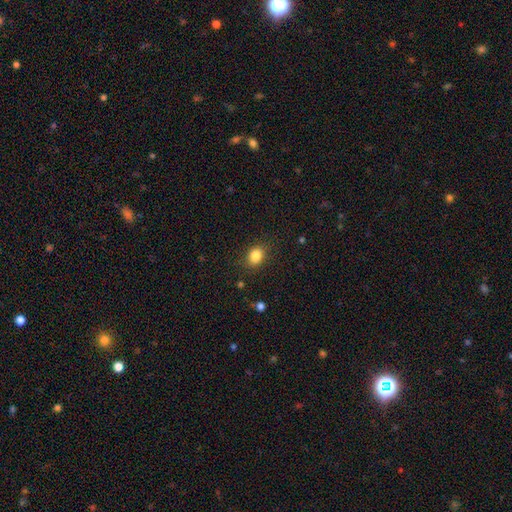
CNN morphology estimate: smooth-or-featured: smooth: 85% | star or artifact: 10% | featured or disk: 5%
  how-rounded: in between: 59% | round: 40% | cigar-shaped: 1%
  merging: none: 84% | minor disturbance: 11% | major disturbance: 3% | merger: 1%